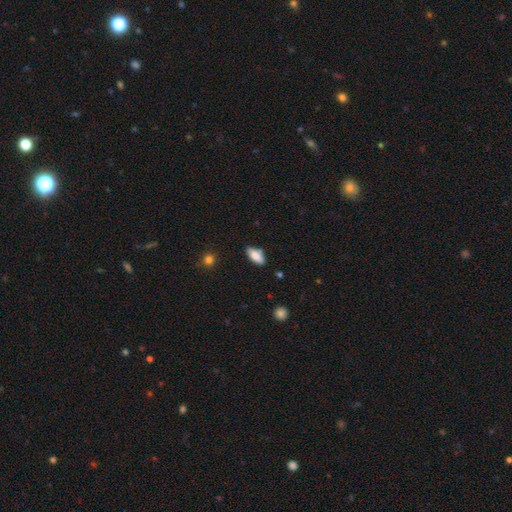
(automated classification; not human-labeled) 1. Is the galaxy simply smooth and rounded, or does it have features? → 81% smooth, 13% featured or disk, 7% star or artifact.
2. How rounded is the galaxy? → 84% in between, 13% cigar-shaped, 2% round.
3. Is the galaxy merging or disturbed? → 79% none, 15% minor disturbance, 3% merger, 3% major disturbance.